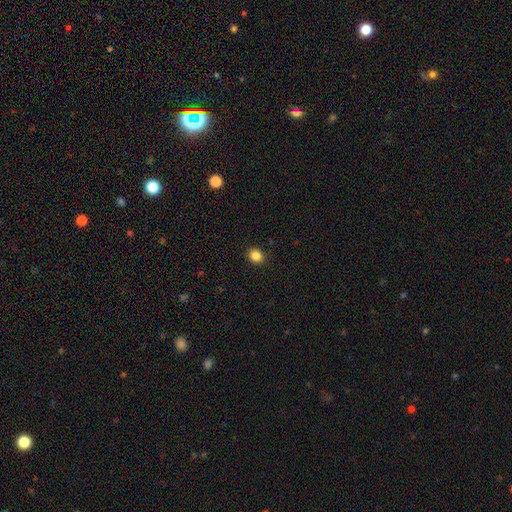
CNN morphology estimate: type=smooth (84%); roundness=round (75%); merging=none (92%).